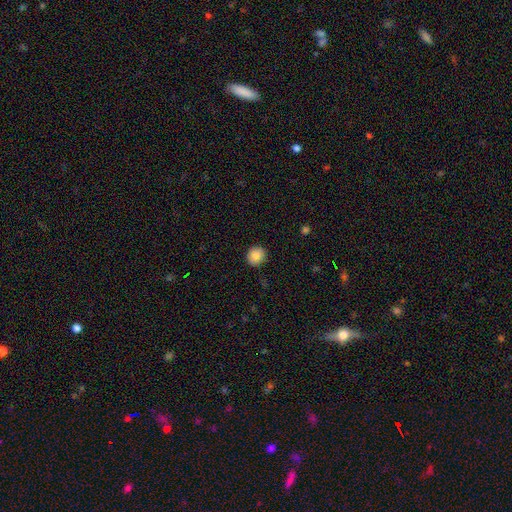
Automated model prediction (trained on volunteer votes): A smooth galaxy with no disk features (86%) that is round (86%). Merging: none (90%).